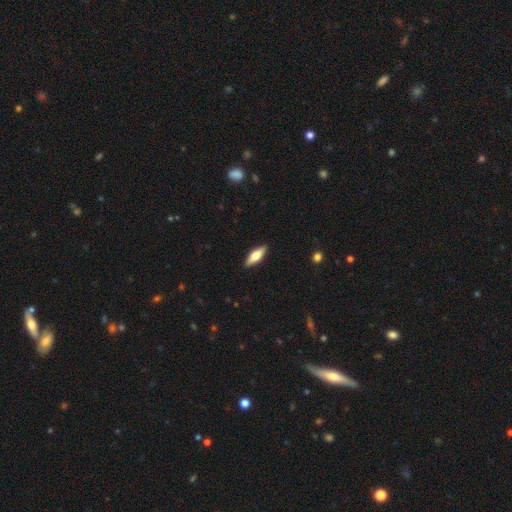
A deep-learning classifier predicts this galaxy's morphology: smooth-or-featured: smooth: 53% | featured or disk: 41% | star or artifact: 6%
  how-rounded: in between: 55% | cigar-shaped: 43% | round: 3%
  merging: none: 90% | minor disturbance: 7% | major disturbance: 2% | merger: 1%